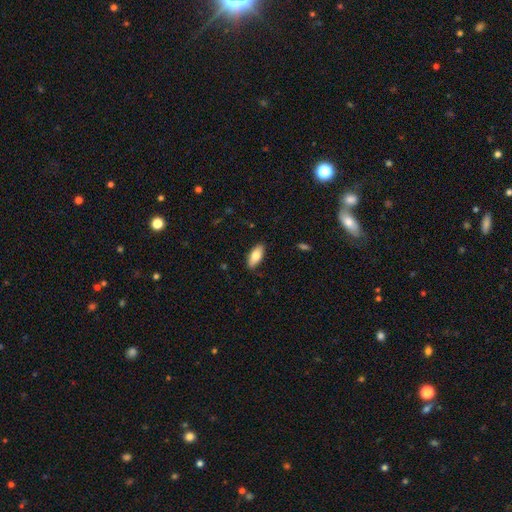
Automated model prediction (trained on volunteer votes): Smooth or featured: smooth — 77% (featured or disk — 17%)
How rounded: in between — 85% (cigar-shaped — 13%)
Merging: none — 87% (minor disturbance — 10%)